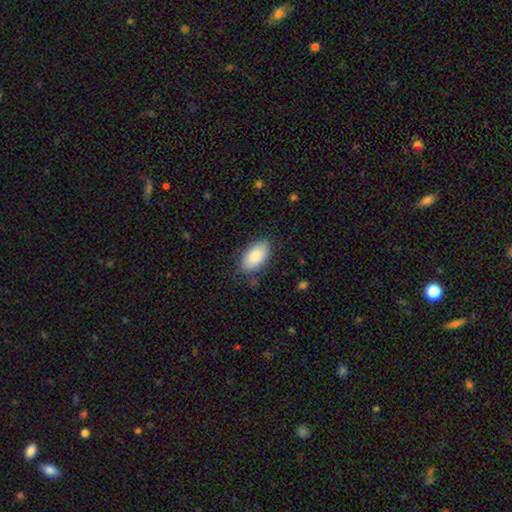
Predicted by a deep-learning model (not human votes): This is clearly a smooth galaxy (86%). How rounded: clearly in between (95%). Merging: clearly none (81%).